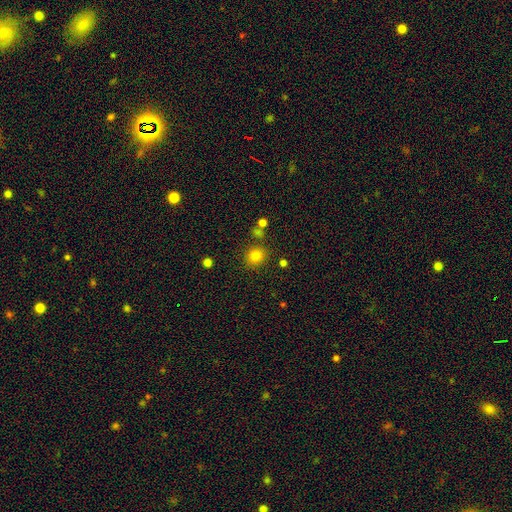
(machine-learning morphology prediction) Smooth or featured?
  - smooth: 81% *
  - star or artifact: 13%
  - featured or disk: 6%
How rounded?
  - round: 81% *
  - in between: 18%
  - cigar-shaped: 1%
Merging?
  - none: 81% *
  - minor disturbance: 10%
  - merger: 6%
  - major disturbance: 3%